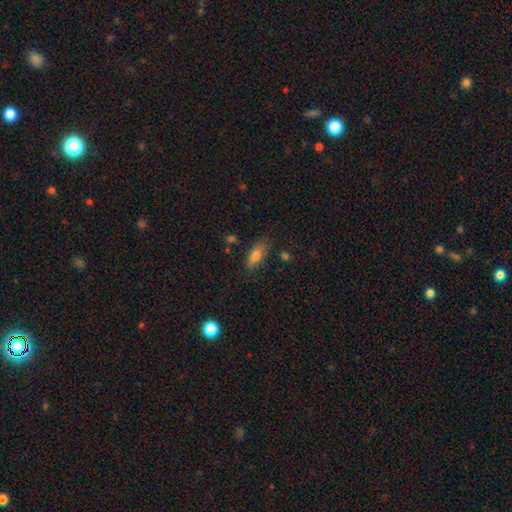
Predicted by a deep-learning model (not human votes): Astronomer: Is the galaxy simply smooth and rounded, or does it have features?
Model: smooth — 77%.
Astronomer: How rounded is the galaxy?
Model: in between — 74%.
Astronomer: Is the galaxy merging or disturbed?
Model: none — 76%.